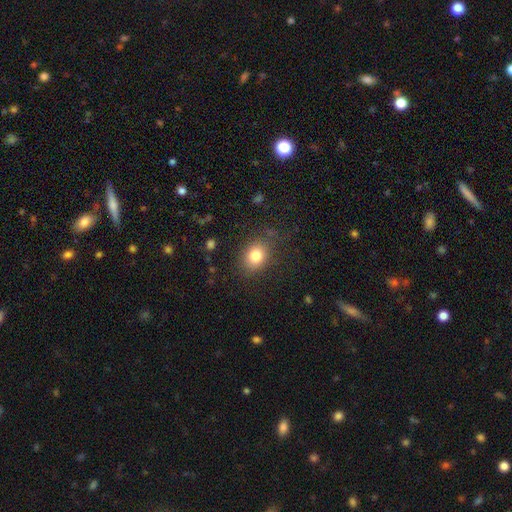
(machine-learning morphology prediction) This appears to be a smooth galaxy with no disk features (81%) that is round (50%). Merging: none (80%).